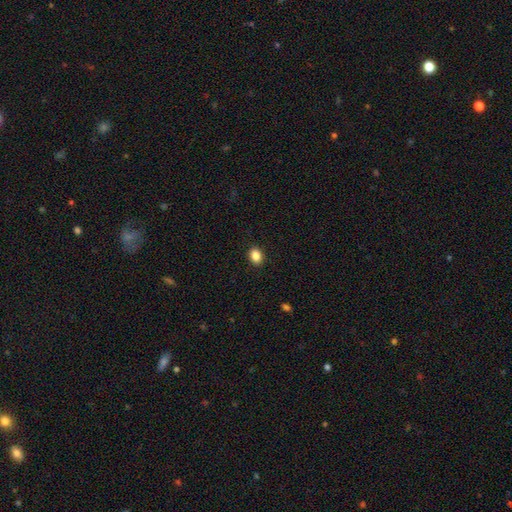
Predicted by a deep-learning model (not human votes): Smooth or featured? Predicted: smooth (p=0.87). How rounded? Predicted: in between (p=0.65). Merging? Predicted: none (p=0.90).